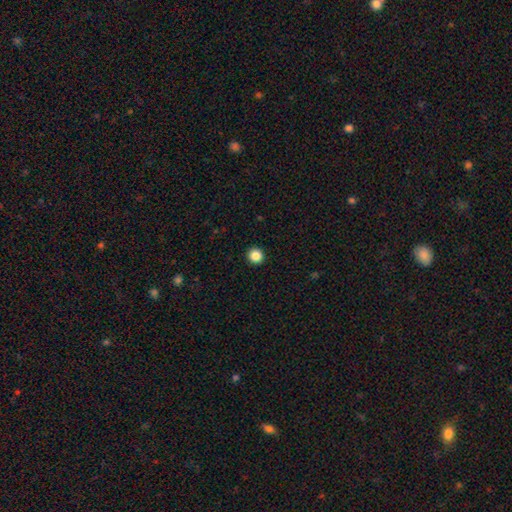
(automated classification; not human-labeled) Q: Smooth or featured?
A: smooth (86%); runner-up: star or artifact (11%)
Q: How rounded?
A: round (94%); runner-up: in between (5%)
Q: Merging?
A: none (94%); runner-up: minor disturbance (4%)